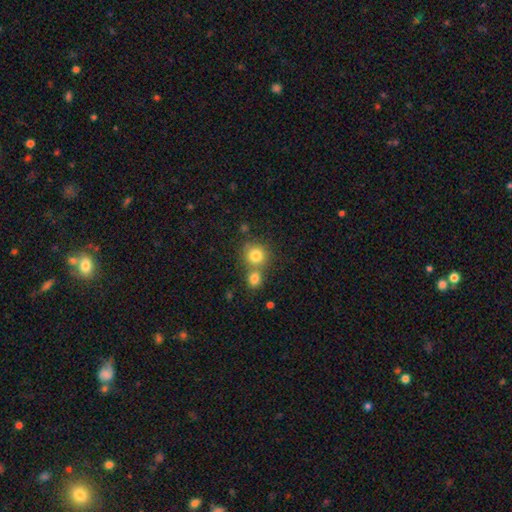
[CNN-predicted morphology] Smooth or featured: smooth — 80% (star or artifact — 11%)
How rounded: round — 88% (in between — 11%)
Merging: none — 52% (merger — 37%)